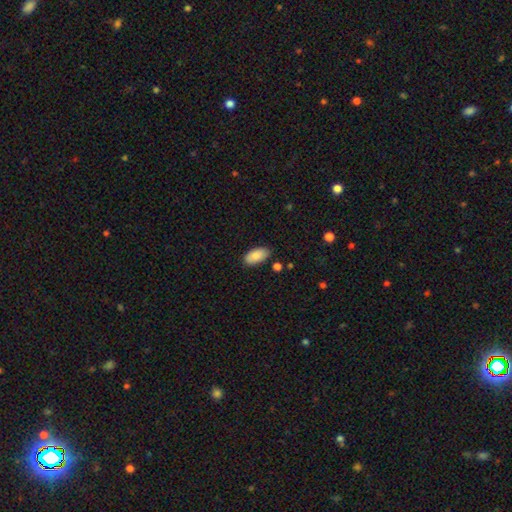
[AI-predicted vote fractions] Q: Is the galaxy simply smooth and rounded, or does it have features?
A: smooth — 87%.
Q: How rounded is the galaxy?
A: in between — 94%.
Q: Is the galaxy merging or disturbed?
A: none — 83%.